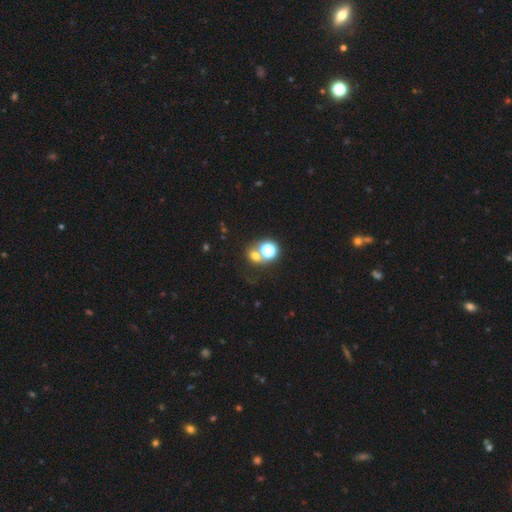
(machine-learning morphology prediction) The model was most divided on "merging": none: 48%, merger: 36%, minor disturbance: 9%, major disturbance: 7%. More confident: how rounded — round (69%); smooth or featured — smooth (58%).